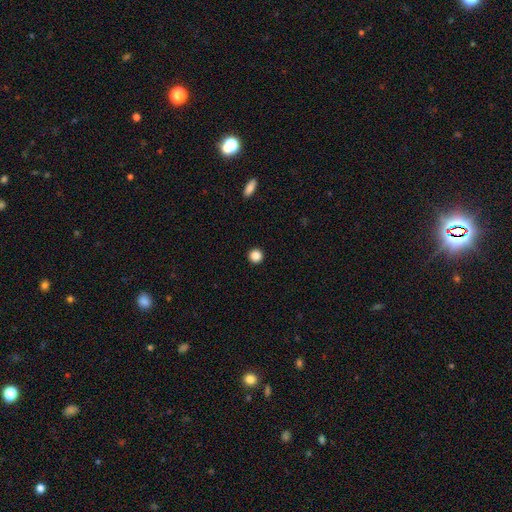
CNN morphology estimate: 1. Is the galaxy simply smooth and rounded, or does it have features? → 87% smooth, 10% star or artifact, 3% featured or disk.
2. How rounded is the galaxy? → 96% round, 3% in between, 1% cigar-shaped.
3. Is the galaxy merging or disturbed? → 93% none, 4% minor disturbance, 2% major disturbance, 1% merger.